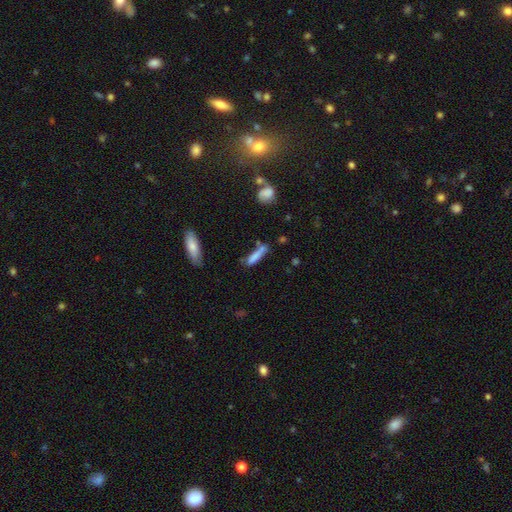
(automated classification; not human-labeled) A smooth galaxy with no disk features (76%) that is cigar-shaped (79%).

Vote fractions:
- Smooth or featured? smooth: 76% / featured or disk: 15% / star or artifact: 8%
- How rounded? cigar-shaped: 79% / in between: 19% / round: 2%
- Merging? none: 54% / minor disturbance: 22% / merger: 16% / major disturbance: 8%